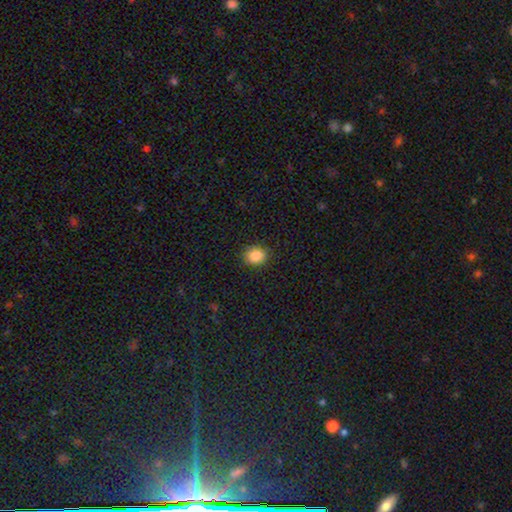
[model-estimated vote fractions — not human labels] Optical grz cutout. It shows a smooth galaxy with no disk features (86%) that is round (75%). Merging: none (89%).